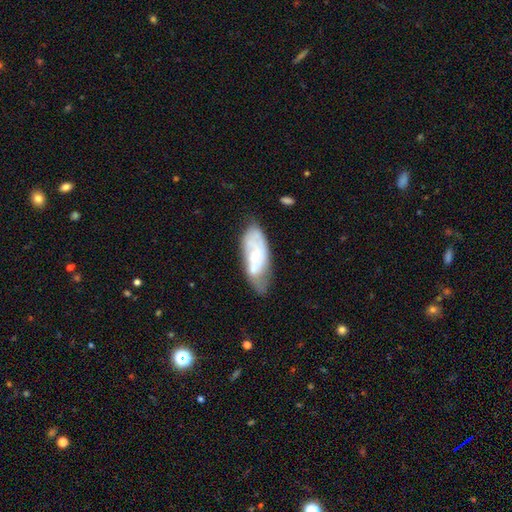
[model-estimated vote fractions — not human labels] Overall: featured or disk (62%; smooth 32%). Edge-on disk: no (89%). Bar: no (55%; weak 35%). Spiral arms: yes (68%; no 32%). Bulge size: small (51%; moderate 39%). Merging: none (49%; minor disturbance 32%).